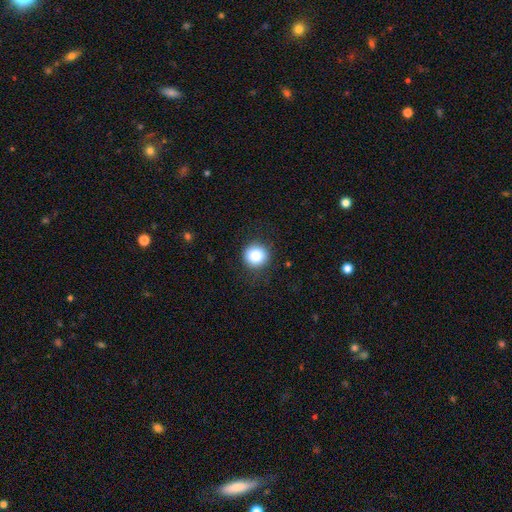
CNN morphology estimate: Q: Smooth or featured?
A: smooth (85%); runner-up: star or artifact (10%)
Q: How rounded?
A: round (93%); runner-up: in between (6%)
Q: Merging?
A: none (88%); runner-up: minor disturbance (8%)